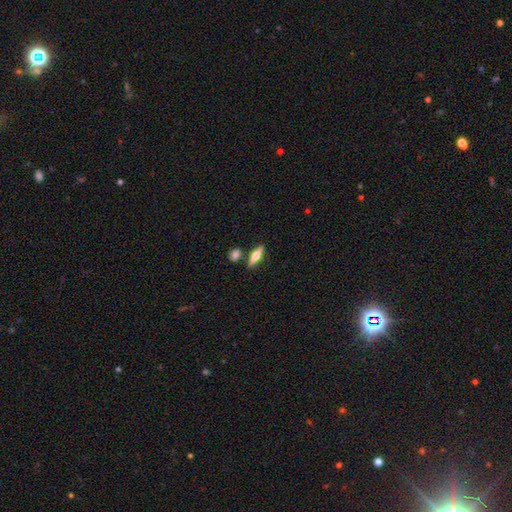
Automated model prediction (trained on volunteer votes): smooth_or_featured: smooth (p=0.49) [alt: featured or disk p=0.45]
merging: none (p=0.79) [alt: minor disturbance p=0.09]